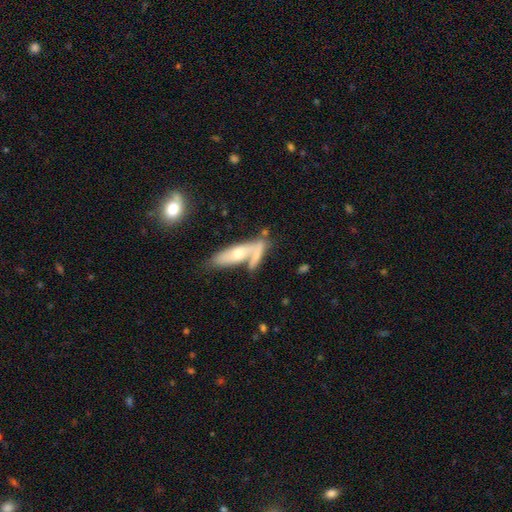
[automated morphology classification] Smooth or featured? smooth (58%)
How rounded? cigar-shaped (53%)
Merging? merger (48%)